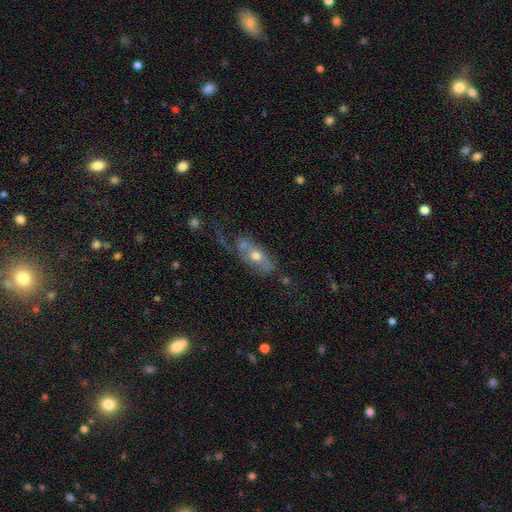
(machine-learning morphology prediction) Smooth or featured? Predicted: featured or disk (p=0.52). Edge-on disk? Predicted: no (p=0.76). Merging? Predicted: none (p=0.34).